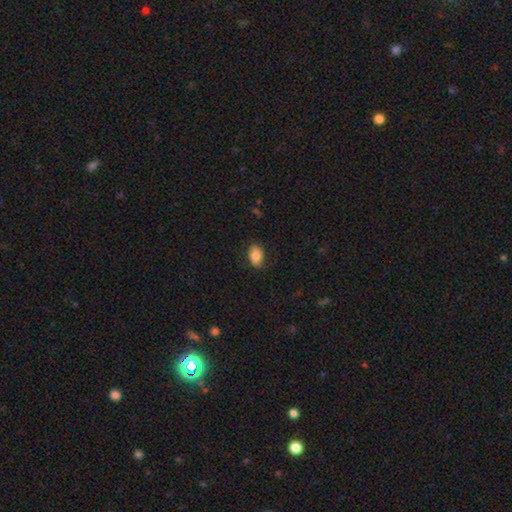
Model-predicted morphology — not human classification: This appears to be a smooth galaxy with no disk features (83%) that is in between round and cigar-shaped (86%). Merging: none (80%).